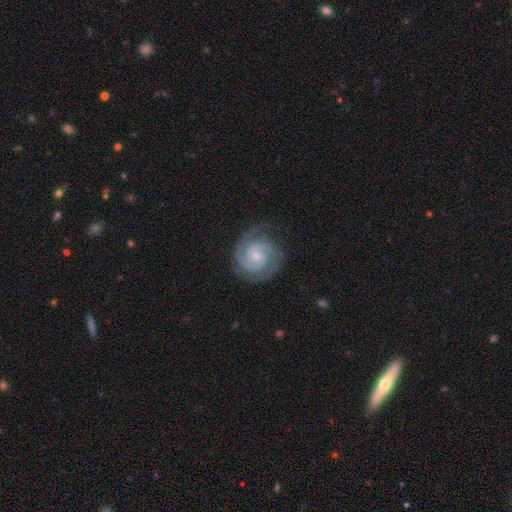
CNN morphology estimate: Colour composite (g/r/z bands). It shows a featured or disk galaxy (89%) with a weak bar (47%), 2 (69%) tight (68%) spiral arms (98%) and a small central bulge (65%). Merging: none (75%).